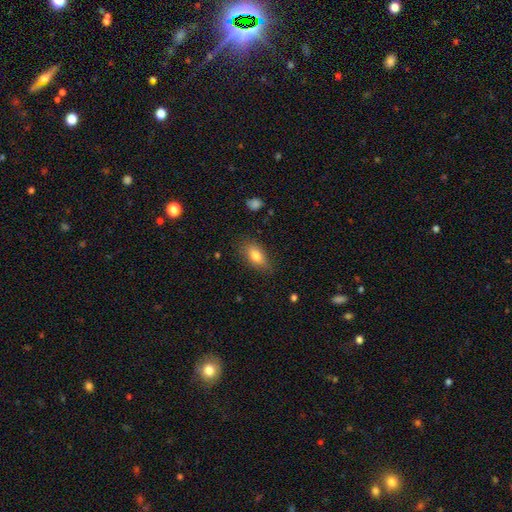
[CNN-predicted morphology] This appears to be a smooth galaxy with no disk features (80%) that is in between round and cigar-shaped (86%). Merging: none (77%).